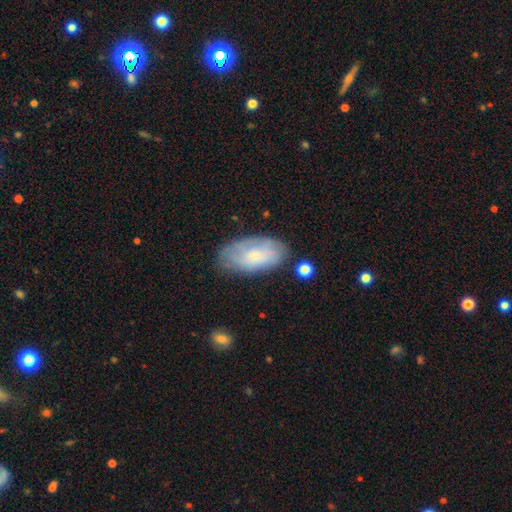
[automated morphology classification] Overall: smooth (61%; featured or disk 31%). How rounded: in between (94%). Merging: none (69%).